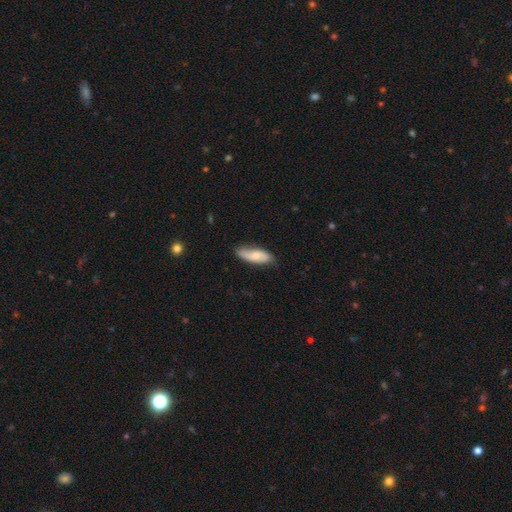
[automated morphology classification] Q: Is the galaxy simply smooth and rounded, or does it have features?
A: smooth — 66%.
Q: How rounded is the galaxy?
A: in between — 61%.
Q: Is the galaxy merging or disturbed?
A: none — 72%.